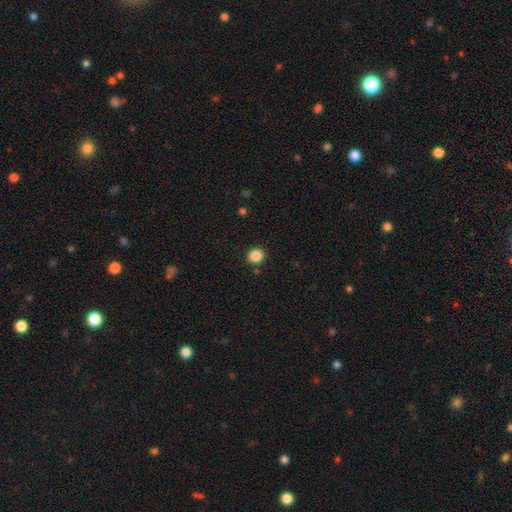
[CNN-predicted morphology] Smooth or featured? Predicted: smooth (p=0.87). How rounded? Predicted: round (p=0.81). Merging? Predicted: none (p=0.88).